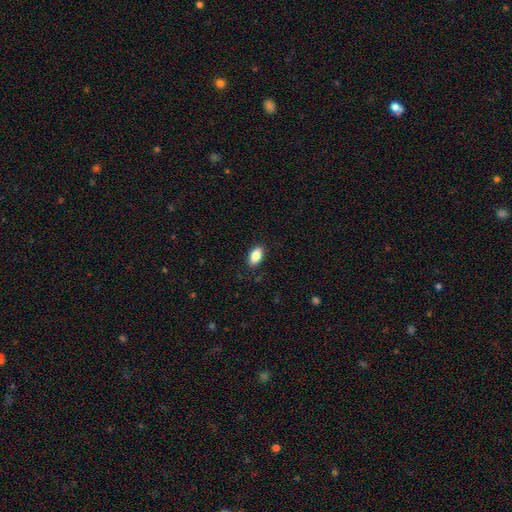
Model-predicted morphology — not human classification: smooth-or-featured: smooth: 86% | star or artifact: 7% | featured or disk: 7%
  how-rounded: in between: 92% | round: 5% | cigar-shaped: 4%
  merging: none: 87% | minor disturbance: 10% | major disturbance: 2% | merger: 1%